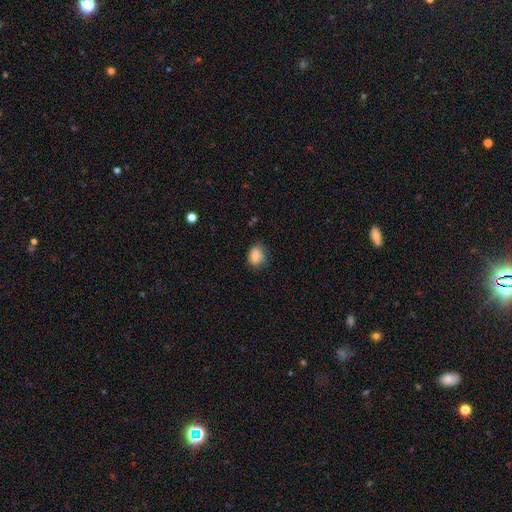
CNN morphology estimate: Smooth or featured? Predicted: smooth (p=0.84). How rounded? Predicted: in between (p=0.56). Merging? Predicted: none (p=0.70).